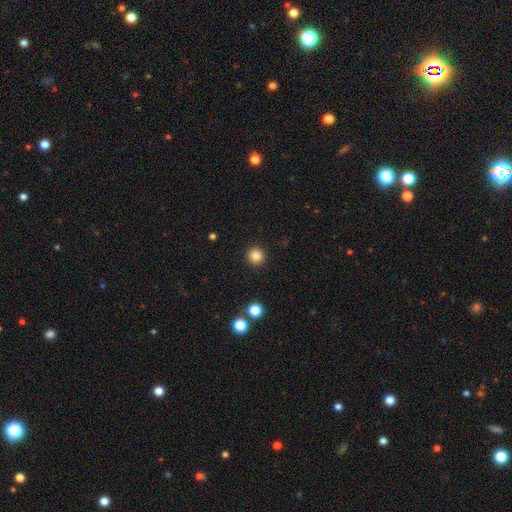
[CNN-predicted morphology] Smooth or featured? smooth (85%)
How rounded? round (95%)
Merging? none (92%)